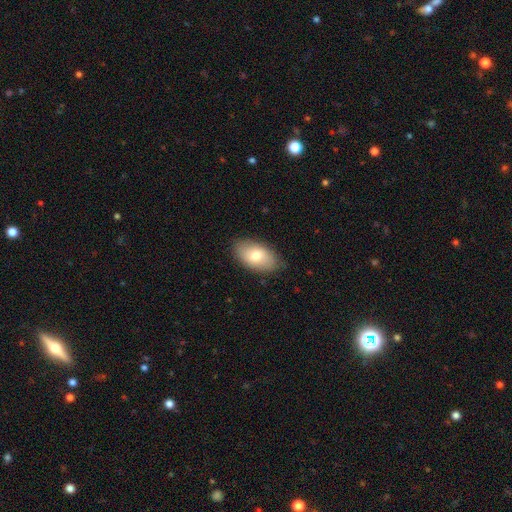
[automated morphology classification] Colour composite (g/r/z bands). It shows a smooth galaxy with no disk features (75%) that is in between round and cigar-shaped (93%). Merging: none (82%).